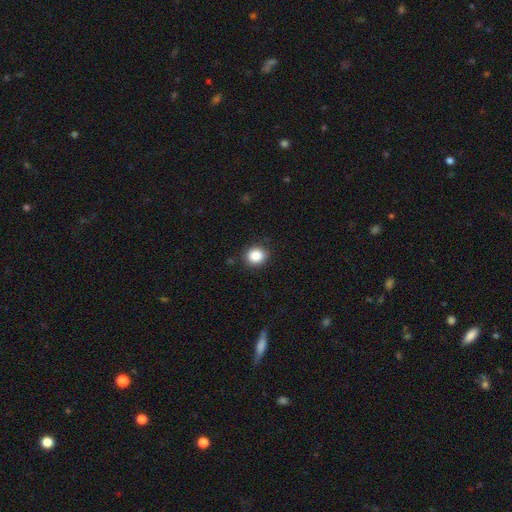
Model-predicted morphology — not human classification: type=smooth (86%); roundness=round (80%); merging=none (89%).